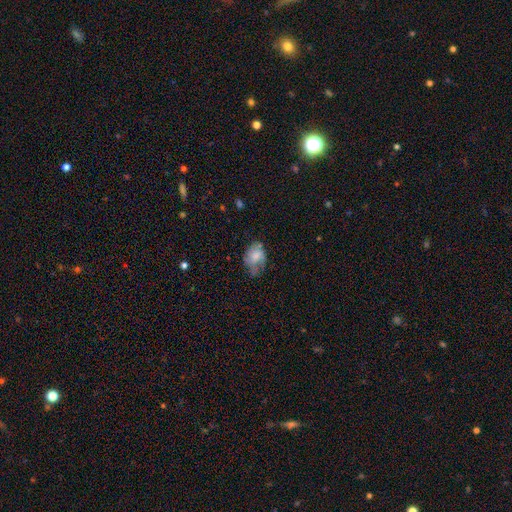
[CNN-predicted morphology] Smooth or featured? Predicted: smooth (p=0.61). How rounded? Predicted: in between (p=0.76). Merging? Predicted: none (p=0.42).